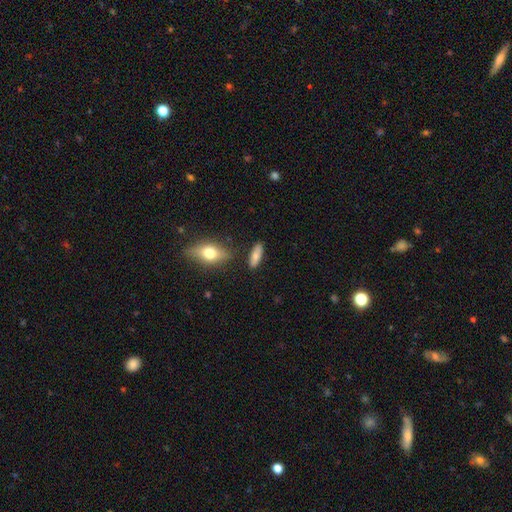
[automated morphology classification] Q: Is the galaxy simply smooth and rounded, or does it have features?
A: smooth — 76%.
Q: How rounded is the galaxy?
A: in between — 57%.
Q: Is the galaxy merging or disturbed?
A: none — 82%.